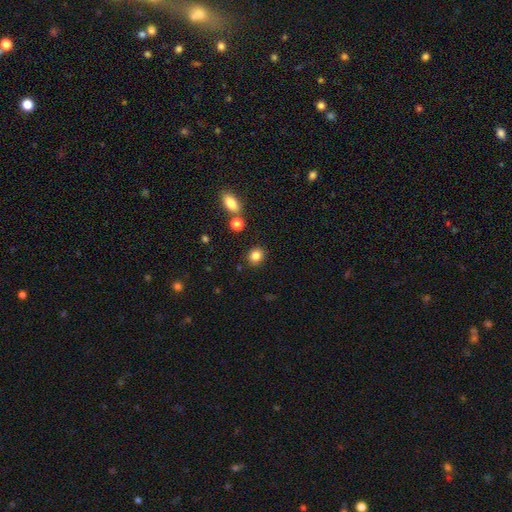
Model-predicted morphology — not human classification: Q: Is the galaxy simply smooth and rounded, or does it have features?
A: smooth — 84%.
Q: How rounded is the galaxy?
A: round — 75%.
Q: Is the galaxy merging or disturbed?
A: none — 86%.